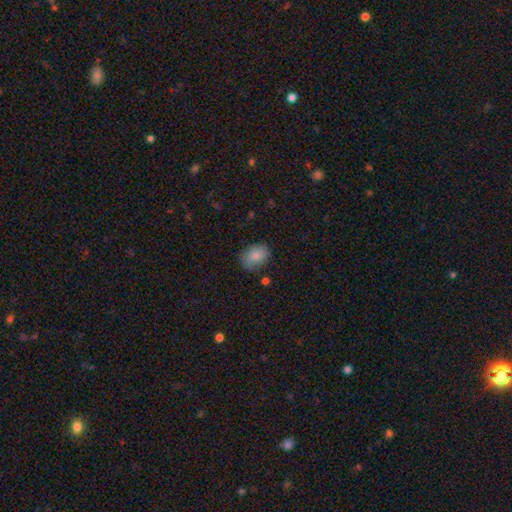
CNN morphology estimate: Smooth or featured?
  - smooth: 83% *
  - featured or disk: 9%
  - star or artifact: 8%
How rounded?
  - in between: 72% *
  - round: 27%
  - cigar-shaped: 1%
Merging?
  - none: 71% *
  - minor disturbance: 21%
  - major disturbance: 5%
  - merger: 2%